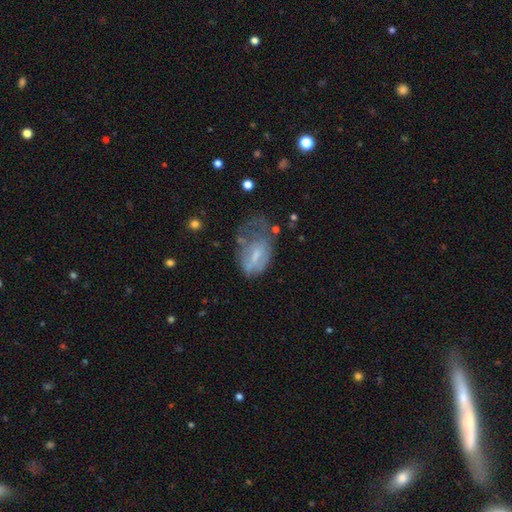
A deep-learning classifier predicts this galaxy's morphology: Q: Smooth or featured?
A: featured or disk (45%); tied with: smooth (45%)
Q: Merging?
A: major disturbance (43%); runner-up: minor disturbance (29%)